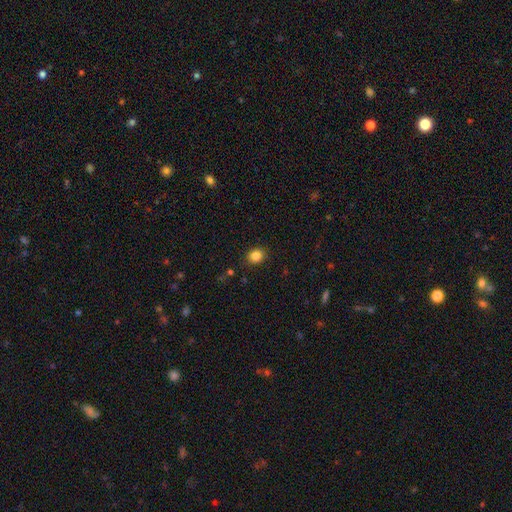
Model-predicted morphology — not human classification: type=smooth (84%); roundness=round (63%); merging=none (88%).